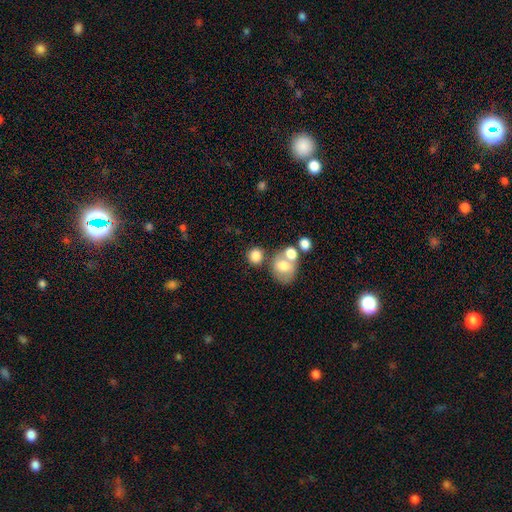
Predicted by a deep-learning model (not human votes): Morphology: type=smooth (78%); roundness=round (75%); merging=none (56%).